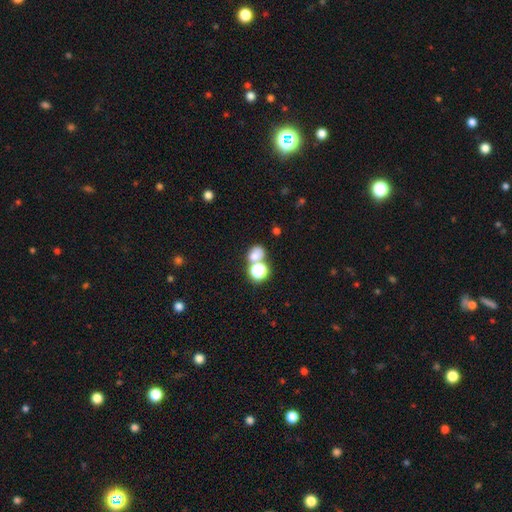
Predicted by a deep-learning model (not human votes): smooth-or-featured: smooth: 67% | star or artifact: 23% | featured or disk: 10%
  how-rounded: round: 58% | in between: 41% | cigar-shaped: 1%
  merging: none: 46% | merger: 40% | minor disturbance: 9% | major disturbance: 6%